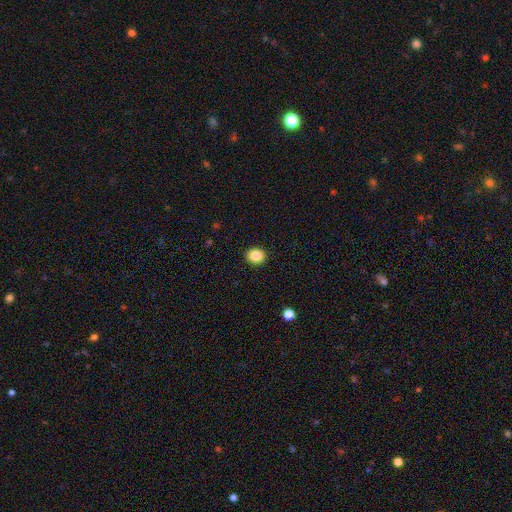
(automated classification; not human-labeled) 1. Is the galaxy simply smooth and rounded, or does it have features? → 88% smooth, 9% star or artifact, 3% featured or disk.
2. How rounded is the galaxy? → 69% round, 30% in between, 1% cigar-shaped.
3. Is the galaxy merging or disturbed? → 91% none, 6% minor disturbance, 2% major disturbance, 1% merger.